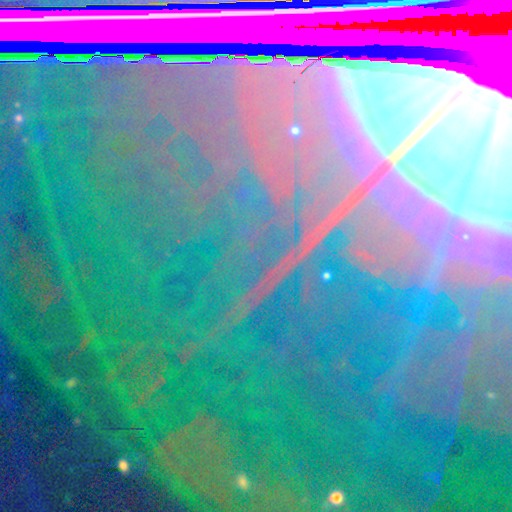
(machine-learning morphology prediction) The model was most divided on "smooth or featured": star or artifact: 87%, featured or disk: 8%, smooth: 6%.